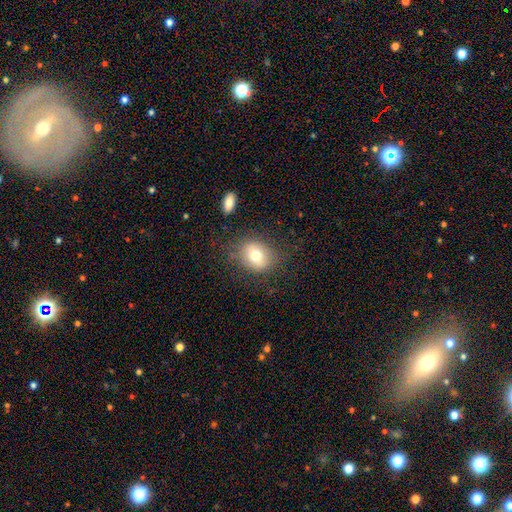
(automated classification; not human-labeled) Smooth or featured: smooth — 73% (featured or disk — 17%)
How rounded: round — 55% (in between — 44%)
Merging: none — 76% (minor disturbance — 15%)